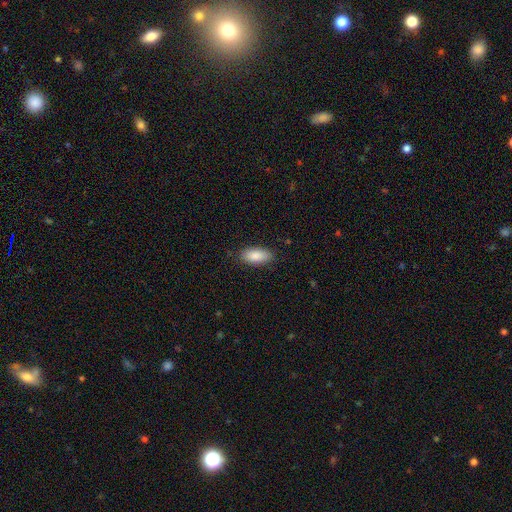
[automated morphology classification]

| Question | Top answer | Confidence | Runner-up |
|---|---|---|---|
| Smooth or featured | smooth | 87% | featured or disk (6%) |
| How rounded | in between | 89% | cigar-shaped (9%) |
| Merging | none | 85% | minor disturbance (12%) |